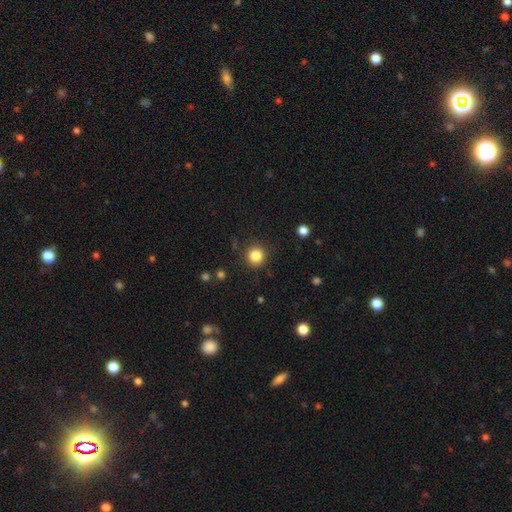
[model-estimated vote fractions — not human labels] smooth 84%, star or artifact 11%, featured or disk 4%. Down the decision tree: how rounded — round (93%); merging — none (89%).